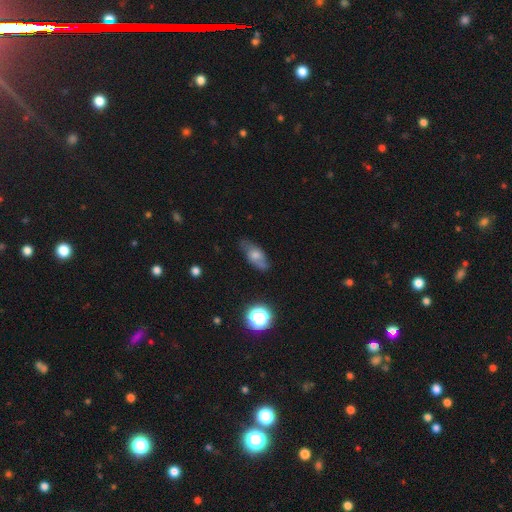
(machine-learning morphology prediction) smooth_or_featured: smooth (p=0.53) [alt: featured or disk p=0.37]
how_rounded: in between (p=0.82) [alt: cigar-shaped p=0.11]
merging: none (p=0.63) [alt: minor disturbance p=0.26]